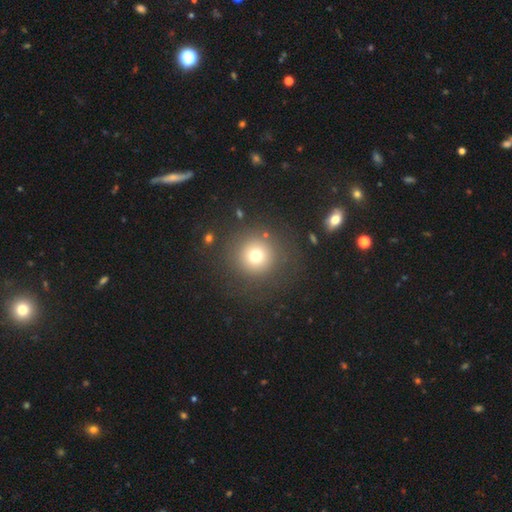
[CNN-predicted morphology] Smooth or featured? Predicted: smooth (p=0.72). How rounded? Predicted: round (p=0.95). Merging? Predicted: none (p=0.84).